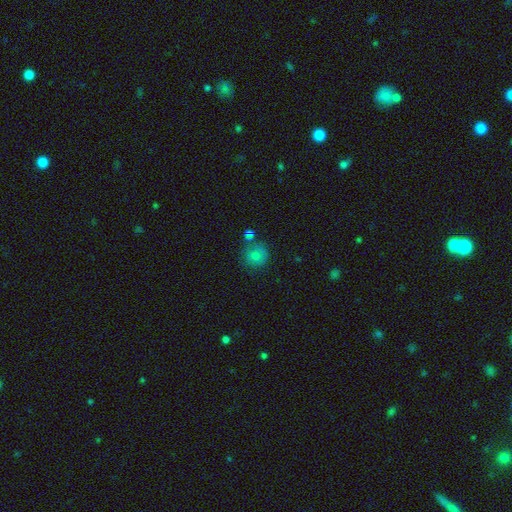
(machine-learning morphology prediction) smooth-or-featured: smooth: 75% | star or artifact: 14% | featured or disk: 11%
  how-rounded: round: 91% | in between: 8% | cigar-shaped: 1%
  merging: none: 72% | minor disturbance: 13% | merger: 12% | major disturbance: 4%